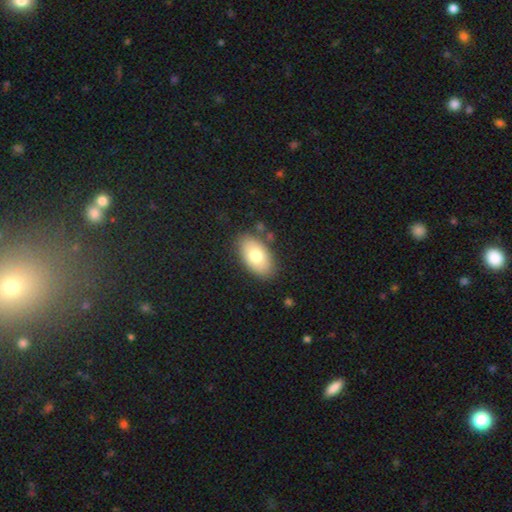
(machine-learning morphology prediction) A smooth galaxy with no disk features (73%) that is in between round and cigar-shaped (93%). Merging: none (82%).